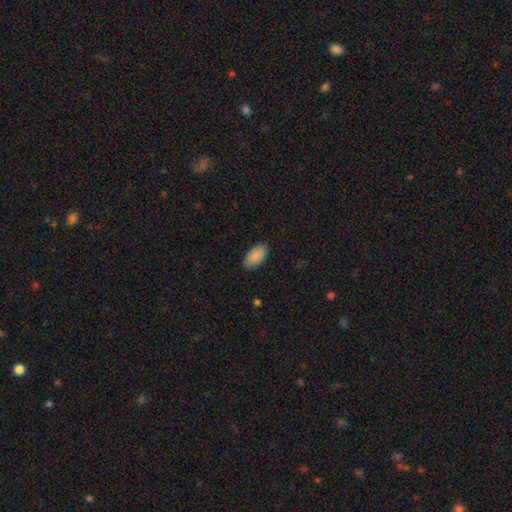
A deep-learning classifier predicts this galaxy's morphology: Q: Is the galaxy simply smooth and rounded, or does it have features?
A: smooth — 89%.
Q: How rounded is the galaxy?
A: in between — 95%.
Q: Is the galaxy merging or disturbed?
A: none — 87%.